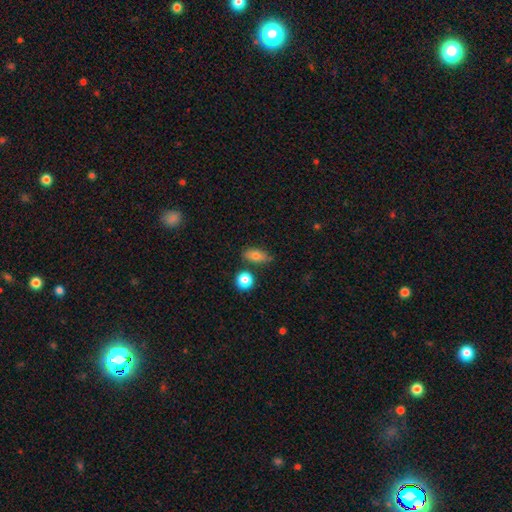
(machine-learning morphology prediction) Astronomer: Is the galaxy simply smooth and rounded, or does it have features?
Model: smooth — 77%.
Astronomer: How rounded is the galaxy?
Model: in between — 79%.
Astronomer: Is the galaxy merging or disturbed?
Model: none — 73%.